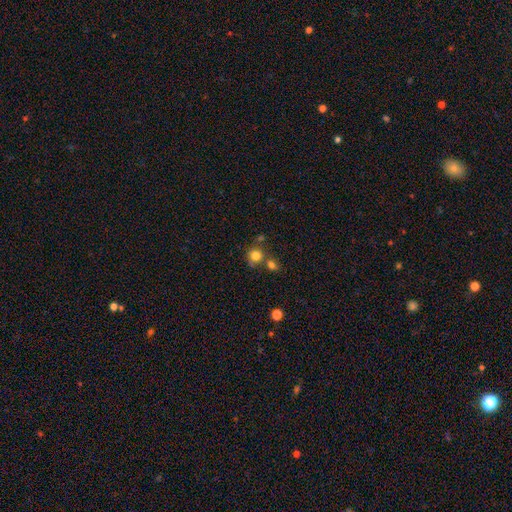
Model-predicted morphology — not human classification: This is clearly a smooth galaxy (80%). How rounded: clearly round (87%). Merging: likely none (60%).